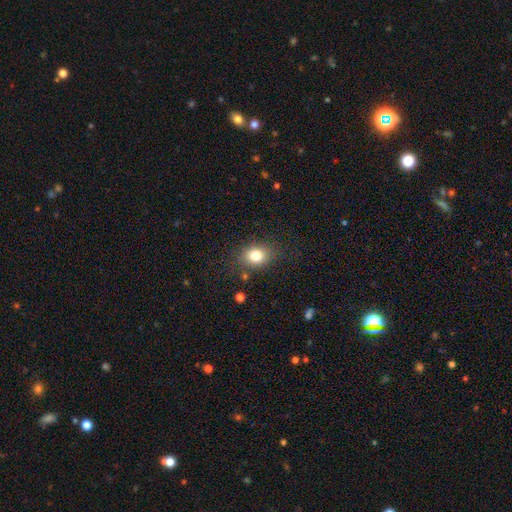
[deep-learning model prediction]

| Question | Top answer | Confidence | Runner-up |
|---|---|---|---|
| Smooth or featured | smooth | 80% | star or artifact (12%) |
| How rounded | round | 53% | in between (46%) |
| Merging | none | 80% | minor disturbance (13%) |